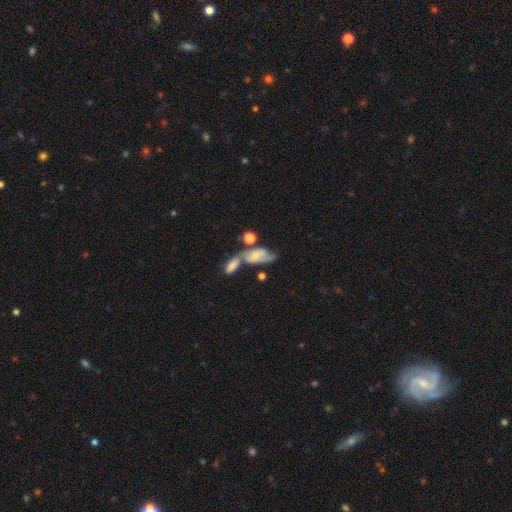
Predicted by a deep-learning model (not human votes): Q: Smooth or featured?
A: smooth (46%); tied with: featured or disk (46%)
Q: Merging?
A: merger (46%); runner-up: none (28%)